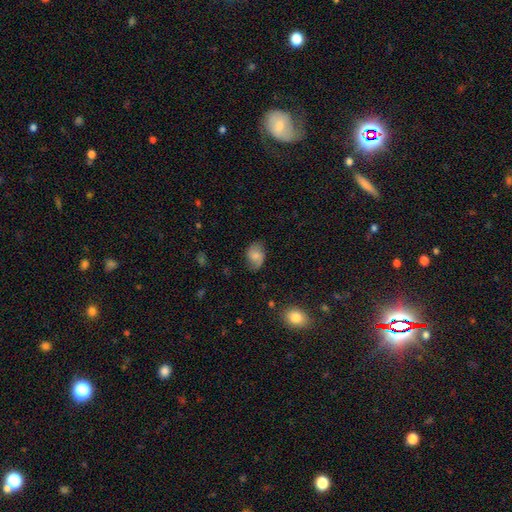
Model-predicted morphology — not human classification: type=smooth (53%); roundness=in between (74%); merging=none (69%).